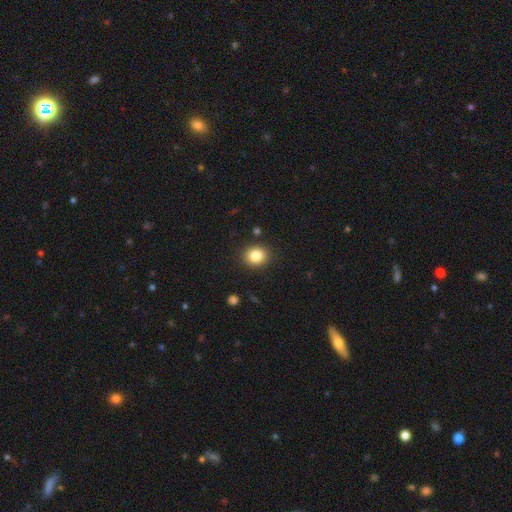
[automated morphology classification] Q: Smooth or featured?
A: smooth (83%); runner-up: star or artifact (10%)
Q: How rounded?
A: round (73%); runner-up: in between (26%)
Q: Merging?
A: none (89%); runner-up: minor disturbance (7%)